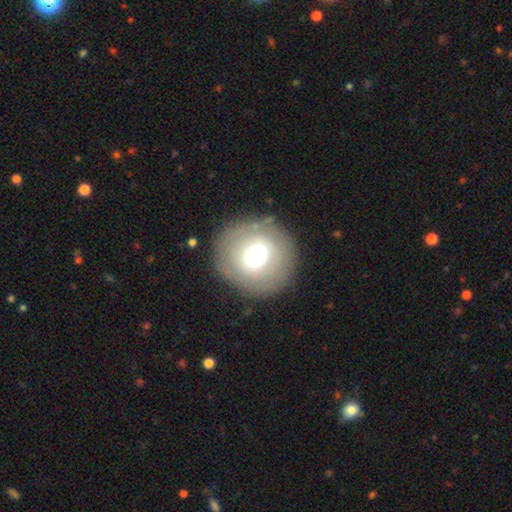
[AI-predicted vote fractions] Smooth or featured?
  - smooth: 62% *
  - featured or disk: 28%
  - star or artifact: 11%
How rounded?
  - round: 90% *
  - in between: 9%
  - cigar-shaped: 1%
Merging?
  - none: 83% *
  - minor disturbance: 10%
  - major disturbance: 5%
  - merger: 2%